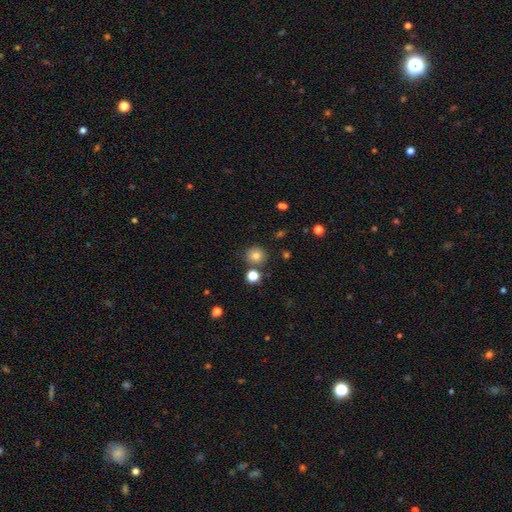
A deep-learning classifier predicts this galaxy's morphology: smooth 81%, star or artifact 13%, featured or disk 6%. Down the decision tree: how rounded — round (91%); merging — none (81%).